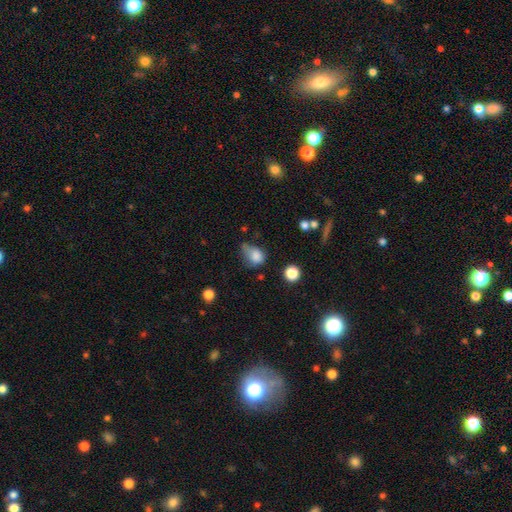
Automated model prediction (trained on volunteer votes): Smooth or featured: smooth — 77% (star or artifact — 11%)
How rounded: in between — 59% (round — 39%)
Merging: minor disturbance — 41% (major disturbance — 27%)